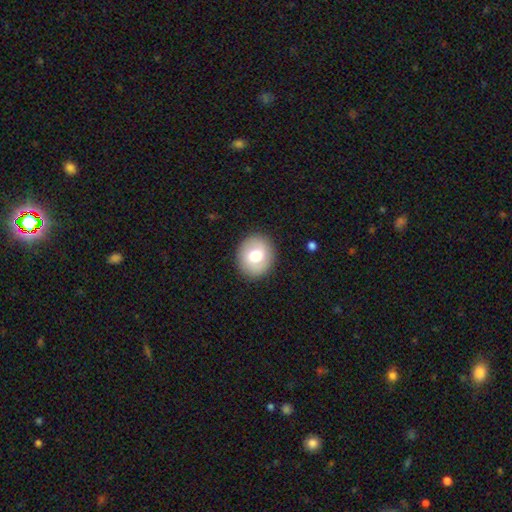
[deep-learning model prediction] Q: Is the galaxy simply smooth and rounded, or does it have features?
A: smooth — 70%.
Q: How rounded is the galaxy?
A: round — 75%.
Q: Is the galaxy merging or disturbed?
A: none — 89%.